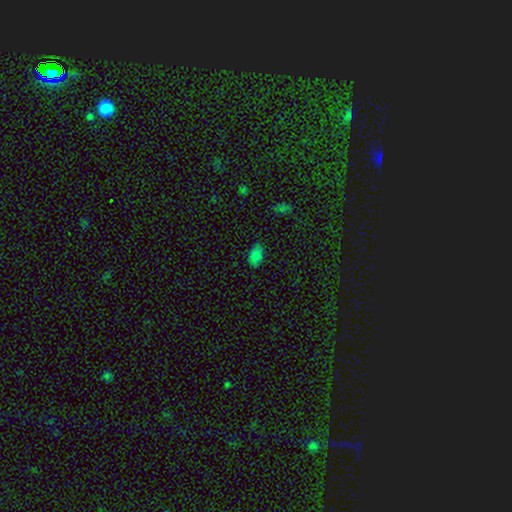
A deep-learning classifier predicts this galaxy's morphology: The model was most divided on "merging": none: 79%, minor disturbance: 16%, major disturbance: 3%, merger: 2%. More confident: how rounded — in between (92%); smooth or featured — smooth (81%).